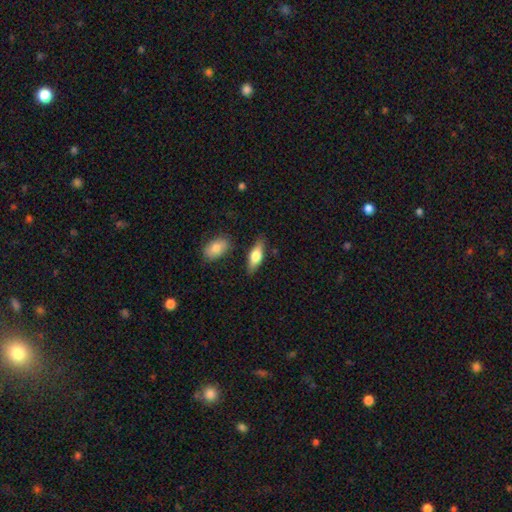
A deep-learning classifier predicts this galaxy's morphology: This is likely a smooth galaxy (63%). How rounded: likely in between (69%). Merging: clearly none (81%).